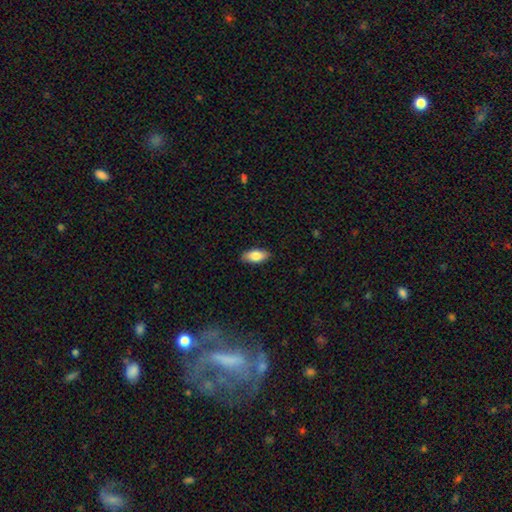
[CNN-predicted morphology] type=smooth (83%); roundness=in between (89%); merging=none (88%).